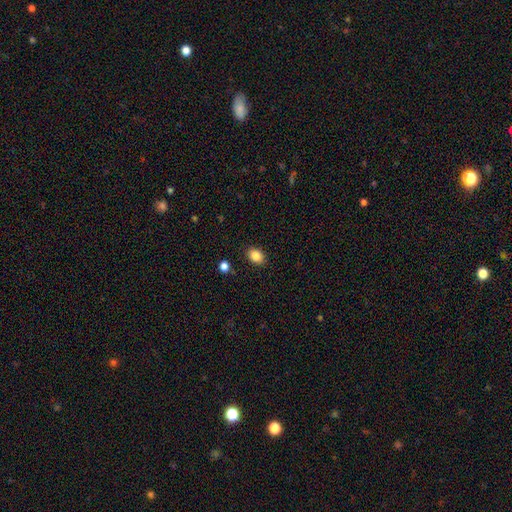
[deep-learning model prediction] A smooth galaxy with no disk features (86%) that is in between round and cigar-shaped (67%). Merging: none (88%).